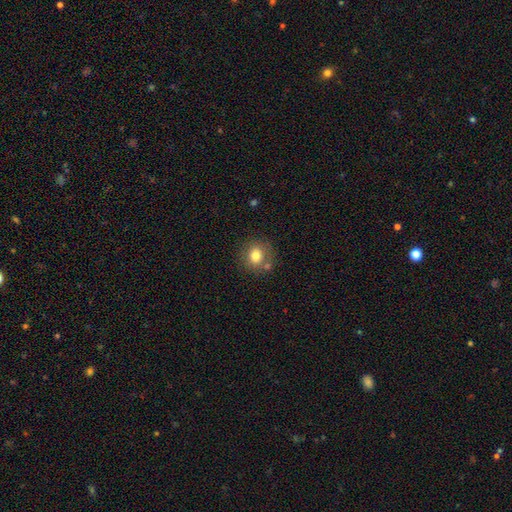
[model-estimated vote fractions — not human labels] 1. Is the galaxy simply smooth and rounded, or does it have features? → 78% smooth, 11% featured or disk, 11% star or artifact.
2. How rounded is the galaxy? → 79% round, 20% in between, 1% cigar-shaped.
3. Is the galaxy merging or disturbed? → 72% none, 13% minor disturbance, 11% merger, 4% major disturbance.